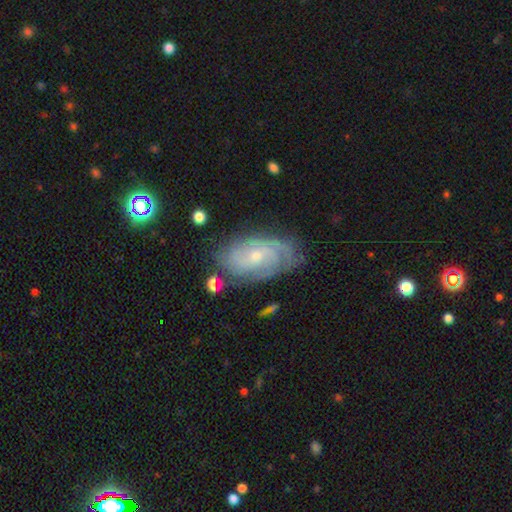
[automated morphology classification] Overall: featured or disk (78%). Edge-on disk: no (95%). Bar: no (66%; weak 29%). Spiral arms: yes (93%). Spiral arm count: can't tell (40%; 2 23%). Spiral winding: tight (63%; medium 29%). Bulge size: small (64%; moderate 31%). Merging: none (71%).